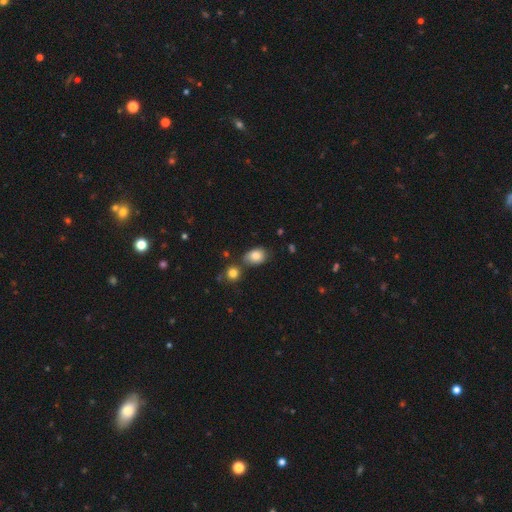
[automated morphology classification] type=smooth (84%); roundness=in between (74%); merging=none (62%).